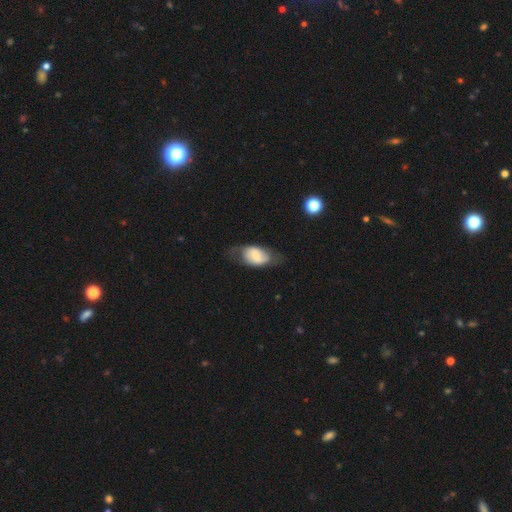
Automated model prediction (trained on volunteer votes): This is possibly a smooth galaxy (47%). Merging: possibly none (54%).